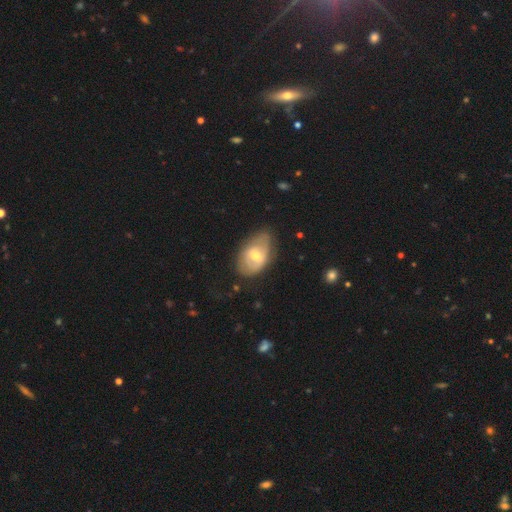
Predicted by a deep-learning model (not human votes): Overall: featured or disk (50%; smooth 44%). Merging: none (53%; minor disturbance 34%).